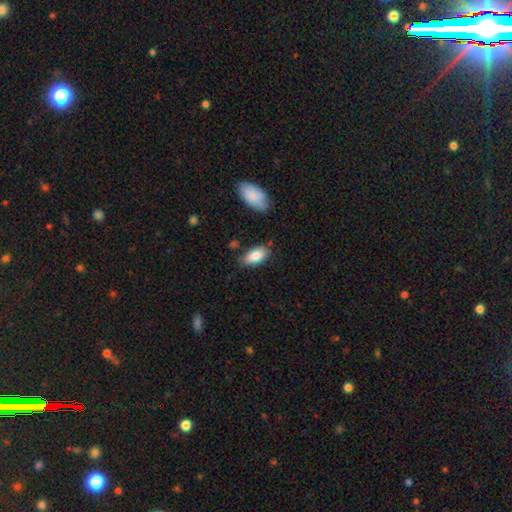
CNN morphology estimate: smooth 85%, featured or disk 9%, star or artifact 7%. Down the decision tree: how rounded — in between (92%); merging — none (77%).